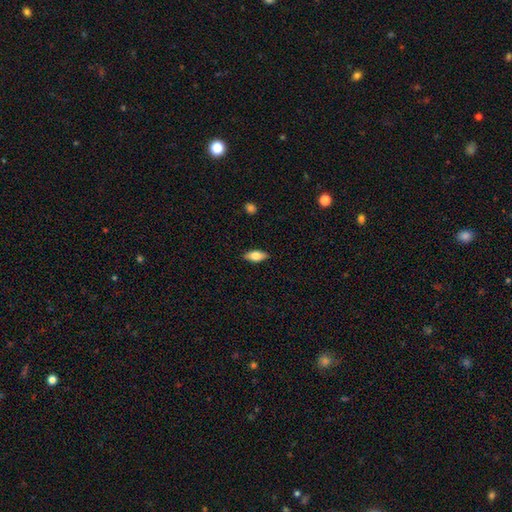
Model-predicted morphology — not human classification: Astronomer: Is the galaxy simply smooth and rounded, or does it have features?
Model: smooth — 72%.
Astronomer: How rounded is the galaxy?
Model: in between — 83%.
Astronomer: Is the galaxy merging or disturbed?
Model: none — 89%.